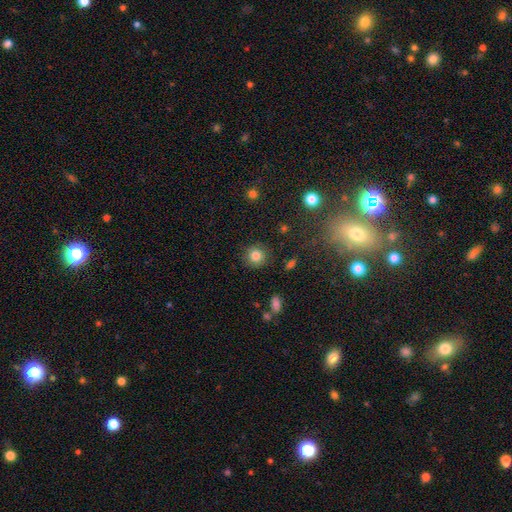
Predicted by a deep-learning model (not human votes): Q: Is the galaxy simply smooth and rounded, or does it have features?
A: smooth — 83%.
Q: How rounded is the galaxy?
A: round — 91%.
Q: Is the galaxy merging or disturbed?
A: none — 88%.